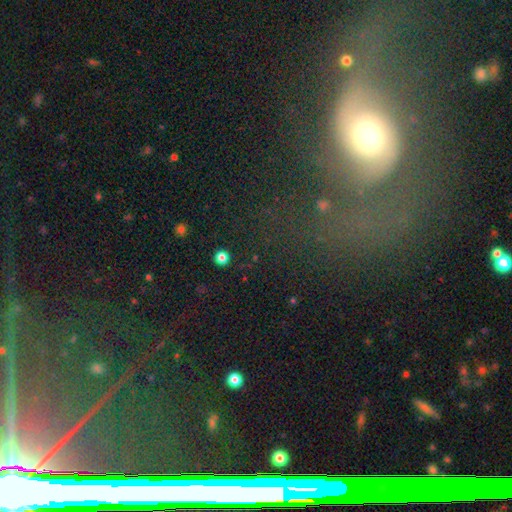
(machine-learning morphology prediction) This is possibly a featured or disk galaxy (50%). Merging: possibly none (57%).